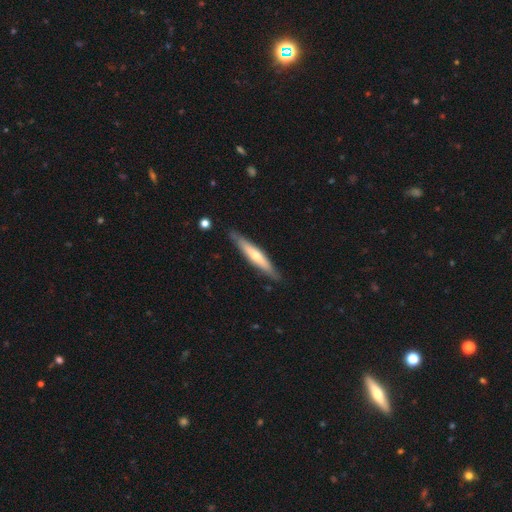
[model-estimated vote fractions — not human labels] Smooth or featured? Predicted: featured or disk (p=0.50). Edge-on disk? Predicted: yes (p=0.91). Merging? Predicted: none (p=0.86).